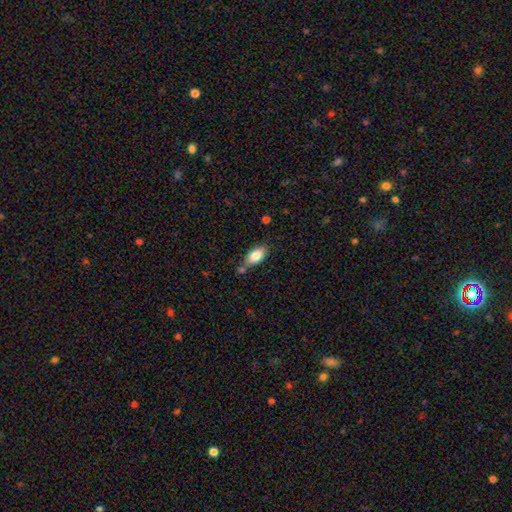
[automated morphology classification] Smooth or featured?
  - smooth: 83% *
  - featured or disk: 10%
  - star or artifact: 7%
How rounded?
  - in between: 91% *
  - cigar-shaped: 6%
  - round: 3%
Merging?
  - none: 71% *
  - minor disturbance: 16%
  - merger: 10%
  - major disturbance: 3%